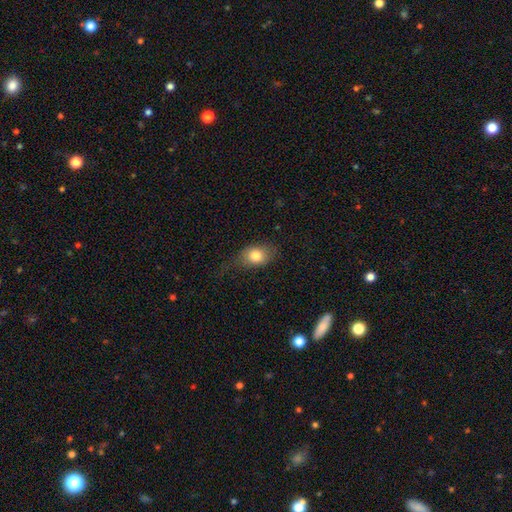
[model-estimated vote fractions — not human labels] A smooth galaxy with no disk features (81%) that is in between round and cigar-shaped (70%). Merging: none (55%).